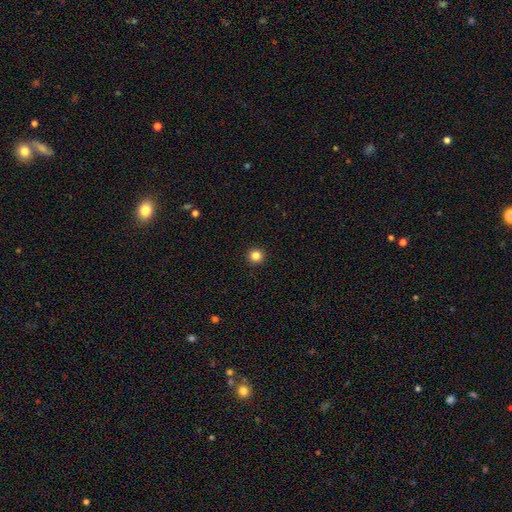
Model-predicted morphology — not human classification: Smooth or featured: smooth — 84% (star or artifact — 12%)
How rounded: round — 95% (in between — 4%)
Merging: none — 94% (minor disturbance — 4%)